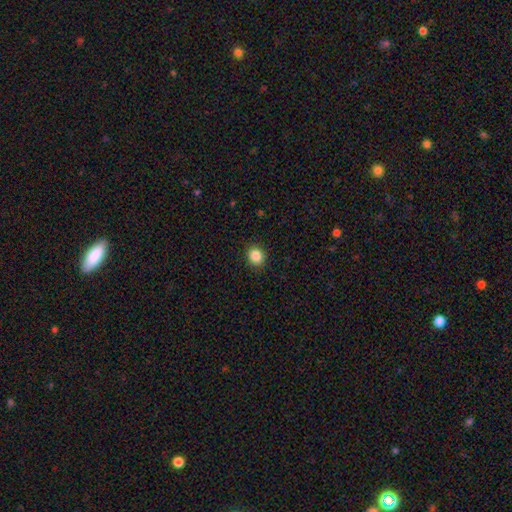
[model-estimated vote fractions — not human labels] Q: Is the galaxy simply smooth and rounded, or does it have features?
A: smooth — 86%.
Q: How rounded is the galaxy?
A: round — 69%.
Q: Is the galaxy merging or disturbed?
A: none — 90%.